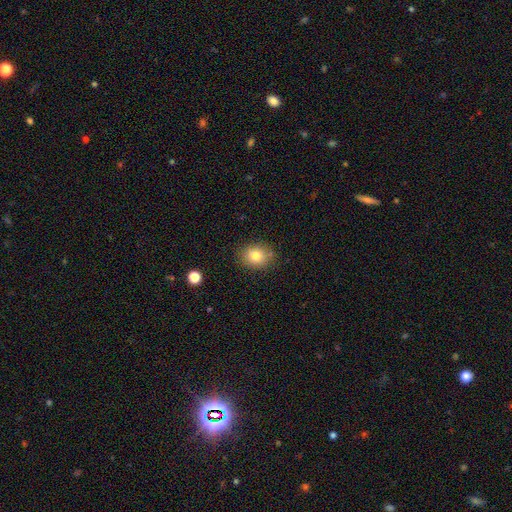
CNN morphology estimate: smooth_or_featured: smooth (p=0.80) [alt: star or artifact p=0.11]
how_rounded: round (p=0.65) [alt: in between p=0.34]
merging: none (p=0.81) [alt: minor disturbance p=0.12]